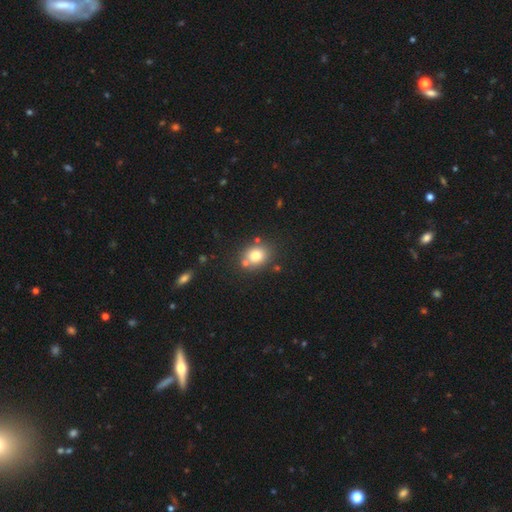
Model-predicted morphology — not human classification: smooth_or_featured: smooth (p=0.77) [alt: star or artifact p=0.12]
how_rounded: round (p=0.61) [alt: in between p=0.38]
merging: none (p=0.72) [alt: merger p=0.13]